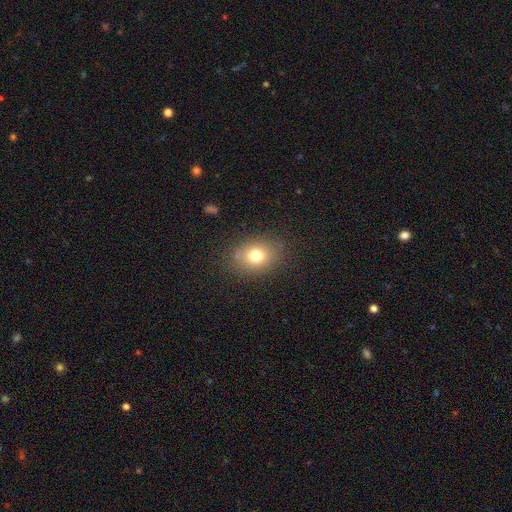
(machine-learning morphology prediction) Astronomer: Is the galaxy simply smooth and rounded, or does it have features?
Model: smooth — 74%.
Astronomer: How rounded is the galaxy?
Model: in between — 52% (runner-up: round, 48%).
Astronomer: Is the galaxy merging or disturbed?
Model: none — 81%.